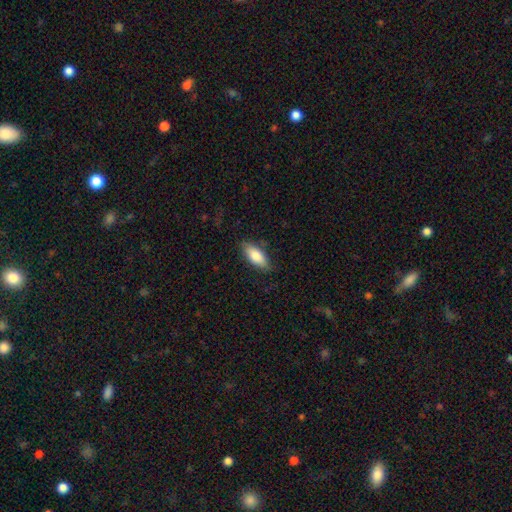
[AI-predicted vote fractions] Morphology: type=smooth (81%); roundness=in between (78%); merging=none (82%).